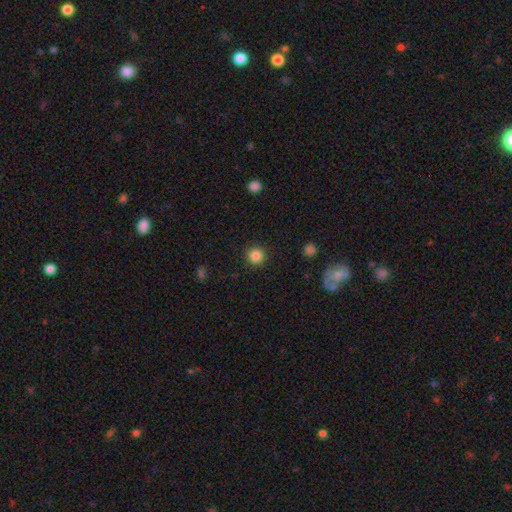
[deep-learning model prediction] smooth 86%, star or artifact 11%, featured or disk 3%. Down the decision tree: how rounded — round (95%); merging — none (91%).